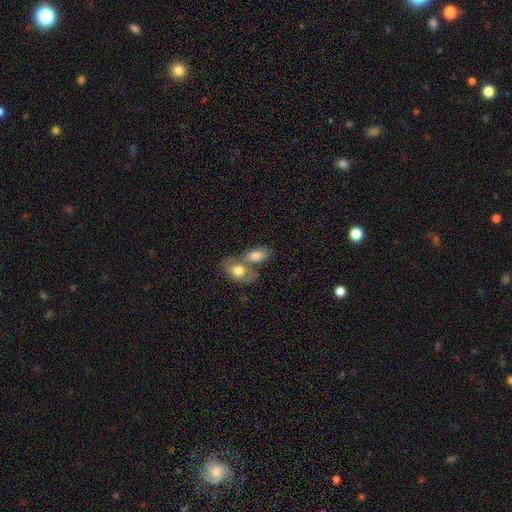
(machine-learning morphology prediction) Smooth or featured? smooth (70%)
How rounded? in between (87%)
Merging? merger (61%)